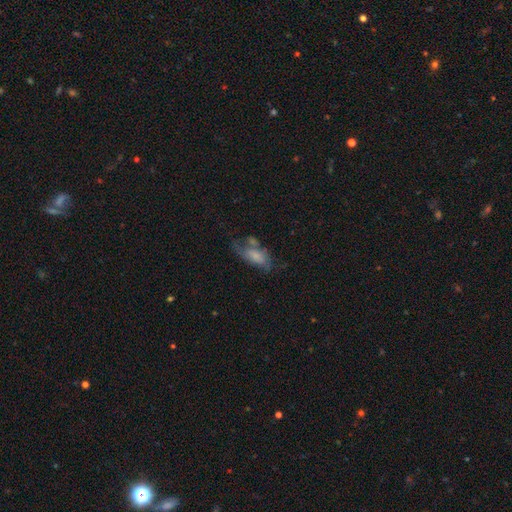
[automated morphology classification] Q: Smooth or featured?
A: smooth (52%); runner-up: featured or disk (39%)
Q: How rounded?
A: in between (87%); runner-up: cigar-shaped (8%)
Q: Merging?
A: major disturbance (33%); runner-up: none (28%)